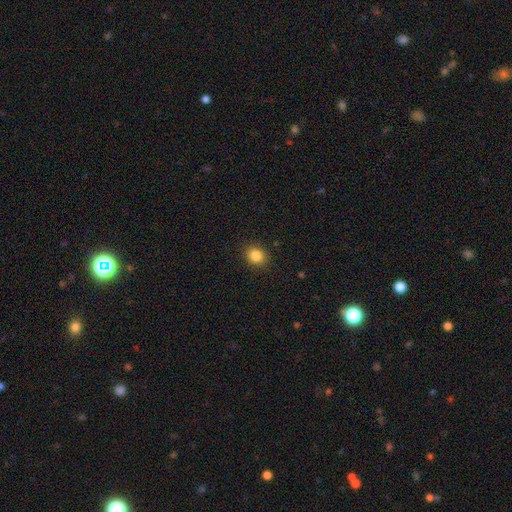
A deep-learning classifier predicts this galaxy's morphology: Smooth or featured: smooth — 85% (star or artifact — 11%)
How rounded: round — 74% (in between — 25%)
Merging: none — 89% (minor disturbance — 8%)